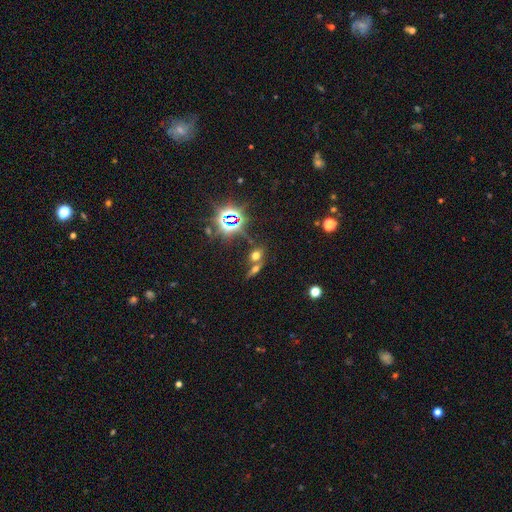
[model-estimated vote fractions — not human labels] Overall: smooth (43%; star or artifact 38%). Merging: none (47%; merger 39%).